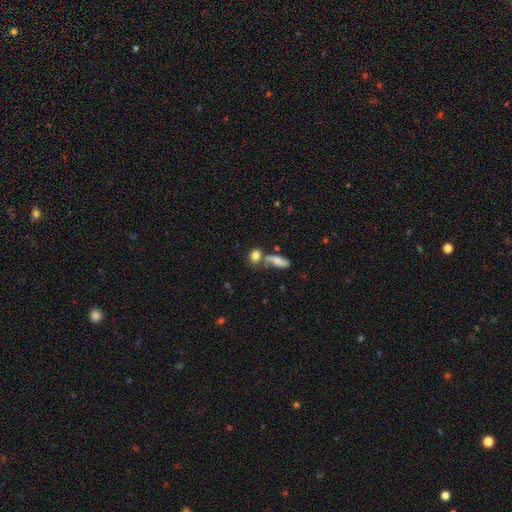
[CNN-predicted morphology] smooth-or-featured: smooth: 80% | featured or disk: 11% | star or artifact: 10%
  how-rounded: in between: 56% | round: 38% | cigar-shaped: 6%
  merging: none: 44% | merger: 39% | minor disturbance: 11% | major disturbance: 6%